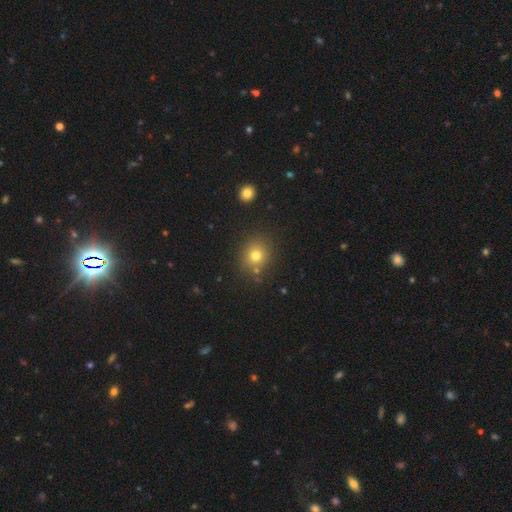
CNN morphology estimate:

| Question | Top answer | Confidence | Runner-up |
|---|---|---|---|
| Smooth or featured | smooth | 75% | star or artifact (16%) |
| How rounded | round | 80% | in between (19%) |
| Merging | none | 82% | minor disturbance (9%) |